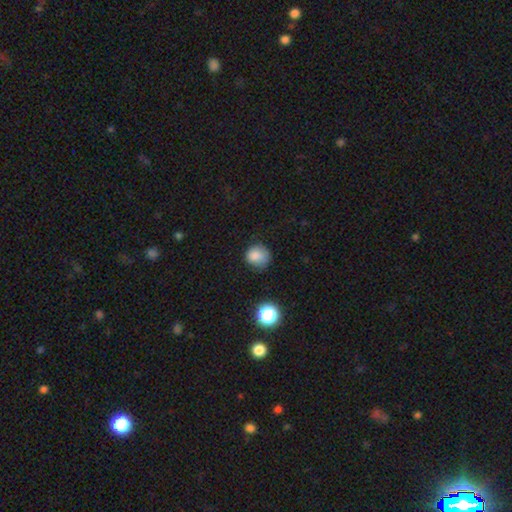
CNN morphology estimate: The model was most divided on "merging": none: 68%, minor disturbance: 23%, major disturbance: 6%, merger: 2%. More confident: smooth or featured — smooth (83%); how rounded — round (81%).